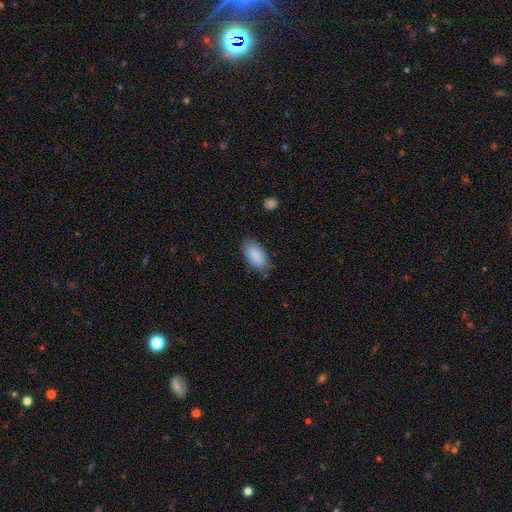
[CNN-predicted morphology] This is clearly a smooth galaxy (89%). How rounded: clearly in between (93%). Merging: likely none (79%).